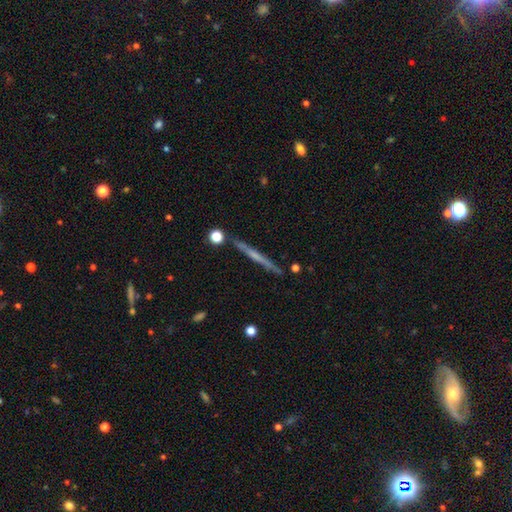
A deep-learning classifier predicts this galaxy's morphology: type=featured or disk (59%); edge-on=yes (97%); edge-on bulge=none (75%); merging=none (87%).